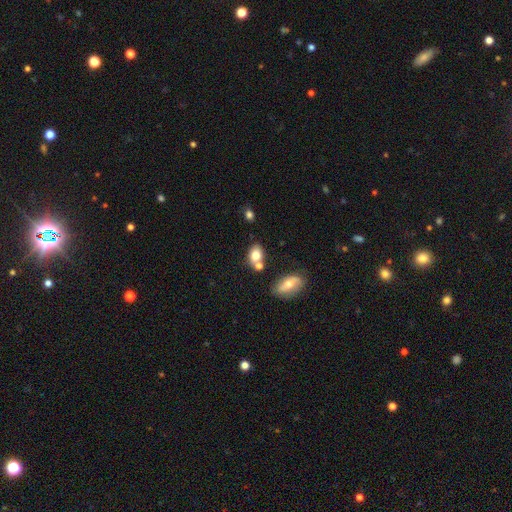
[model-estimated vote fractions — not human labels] Morphology: type=smooth (76%); roundness=in between (66%); merging=none (53%).